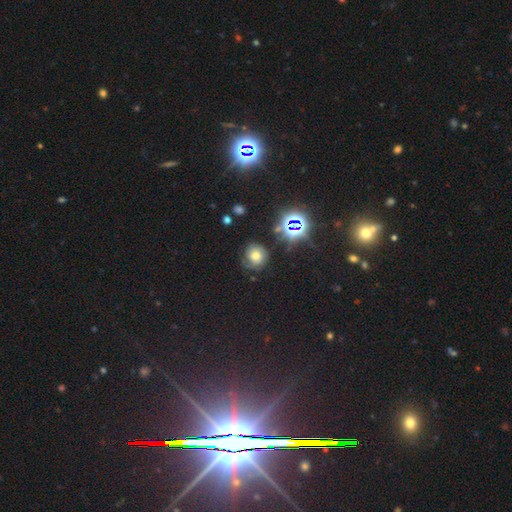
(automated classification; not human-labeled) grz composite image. It shows a smooth galaxy with no disk features (47%). Merging: none (66%).